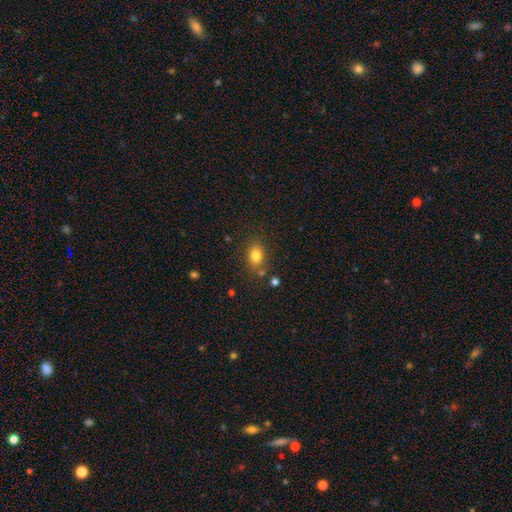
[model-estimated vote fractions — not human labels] Smooth or featured: smooth — 81% (star or artifact — 11%)
How rounded: in between — 66% (round — 33%)
Merging: none — 76% (minor disturbance — 13%)